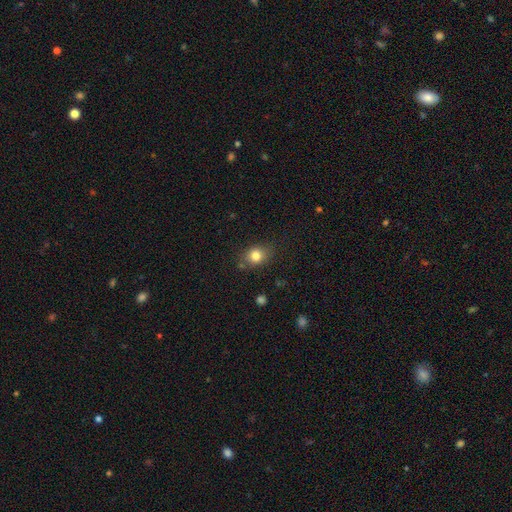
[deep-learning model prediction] Smooth or featured?
  - smooth: 81% *
  - star or artifact: 11%
  - featured or disk: 8%
How rounded?
  - round: 58% *
  - in between: 41%
  - cigar-shaped: 1%
Merging?
  - none: 75% *
  - minor disturbance: 17%
  - major disturbance: 4%
  - merger: 4%